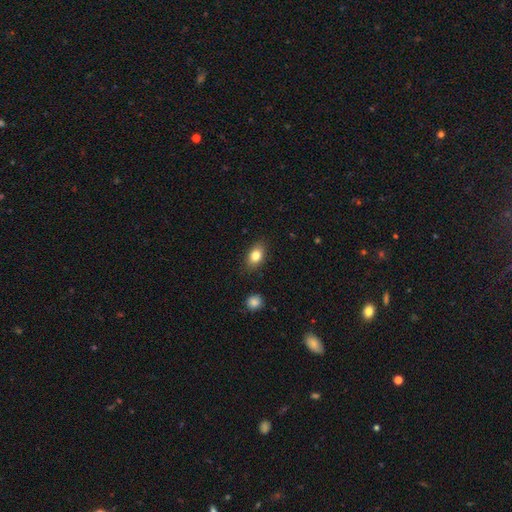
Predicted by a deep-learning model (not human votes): Smooth or featured? Predicted: smooth (p=0.82). How rounded? Predicted: in between (p=0.82). Merging? Predicted: none (p=0.85).